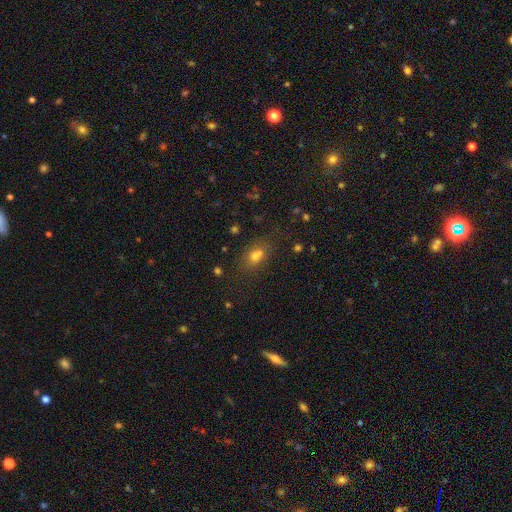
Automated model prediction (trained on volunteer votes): Q: Smooth or featured?
A: smooth (69%); runner-up: star or artifact (17%)
Q: How rounded?
A: in between (69%); runner-up: round (28%)
Q: Merging?
A: none (54%); runner-up: merger (26%)